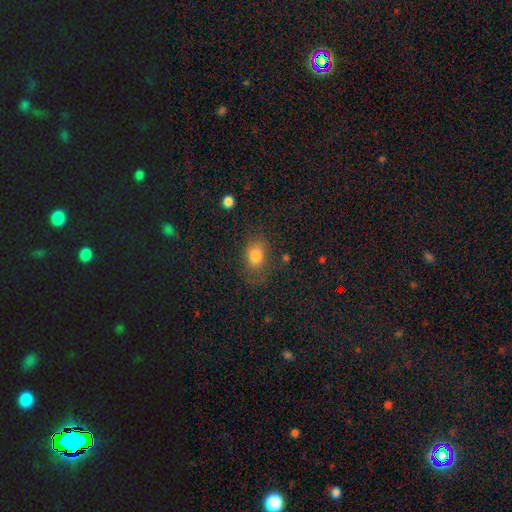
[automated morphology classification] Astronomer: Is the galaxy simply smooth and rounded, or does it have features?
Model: smooth — 79%.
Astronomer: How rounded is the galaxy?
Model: in between — 63%.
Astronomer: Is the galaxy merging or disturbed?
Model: none — 65%.